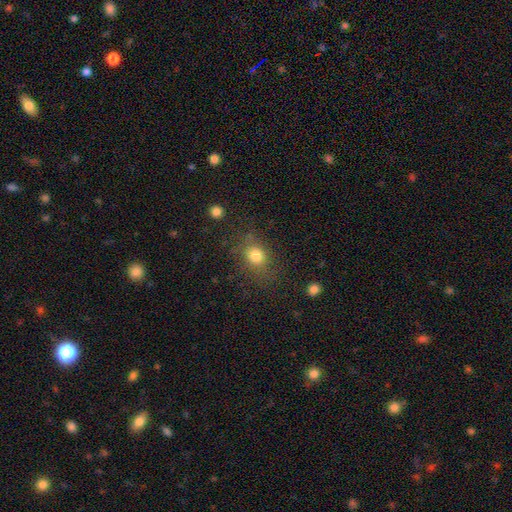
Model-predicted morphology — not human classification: Overall: smooth (78%). How rounded: round (57%; in between 41%). Merging: none (71%).